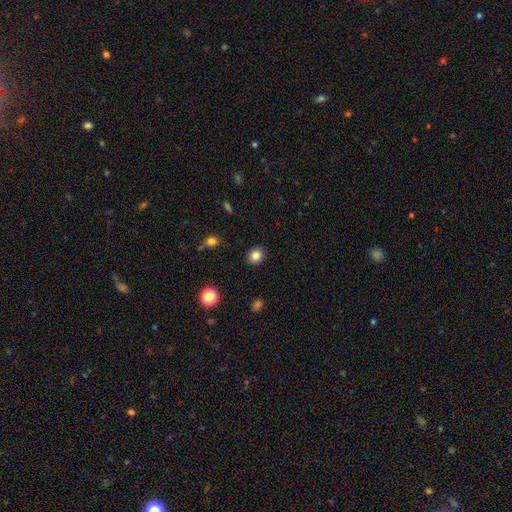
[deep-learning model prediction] smooth_or_featured: smooth (p=0.84) [alt: star or artifact p=0.11]
how_rounded: round (p=0.71) [alt: in between p=0.28]
merging: none (p=0.90) [alt: minor disturbance p=0.07]